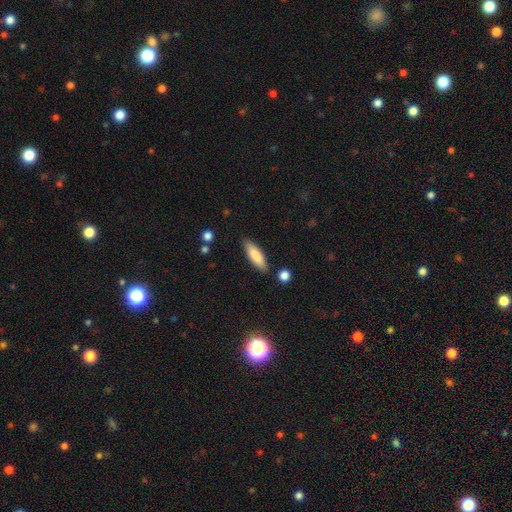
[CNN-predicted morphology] smooth 84%, featured or disk 10%, star or artifact 6%. Down the decision tree: how rounded — cigar-shaped (56%); merging — none (85%).